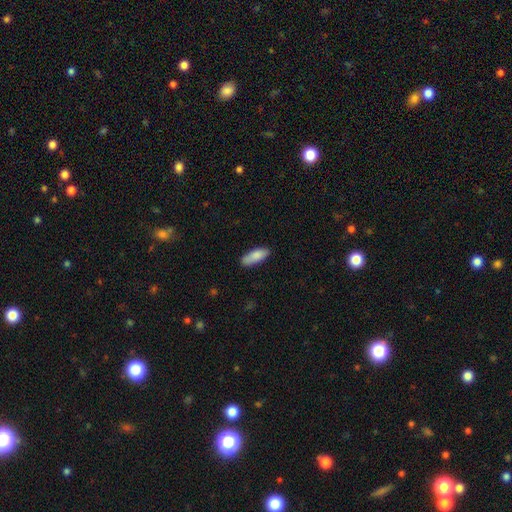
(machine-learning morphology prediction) smooth-or-featured: smooth: 86% | featured or disk: 8% | star or artifact: 6%
  how-rounded: in between: 68% | cigar-shaped: 30% | round: 2%
  merging: none: 82% | minor disturbance: 14% | major disturbance: 2% | merger: 1%